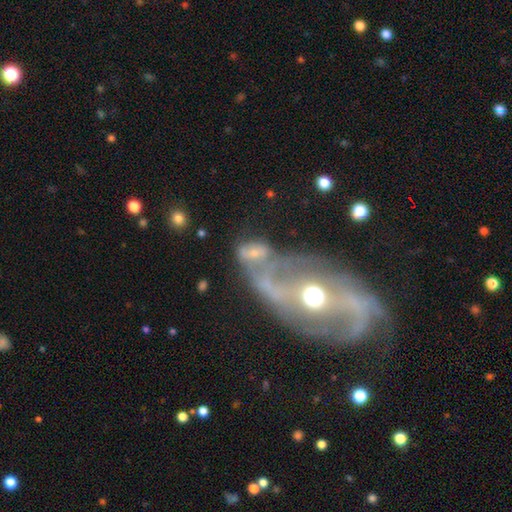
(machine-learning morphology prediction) A featured or disk galaxy (61%) with no bar (60%), spiral arms (57%) and a moderate central bulge (58%).

Vote fractions:
- Smooth or featured? featured or disk: 61% / smooth: 24% / star or artifact: 14%
- Edge-on disk? no: 92% / yes: 8%
- Bar? no: 60% / weak: 26% / strong: 14%
- Spiral arms? yes: 57% / no: 43%
- Bulge size? moderate: 58% / small: 21% / large: 12% / none: 5% / dominant: 3%
- Merging? merger: 39% / none: 28% / major disturbance: 21% / minor disturbance: 13%